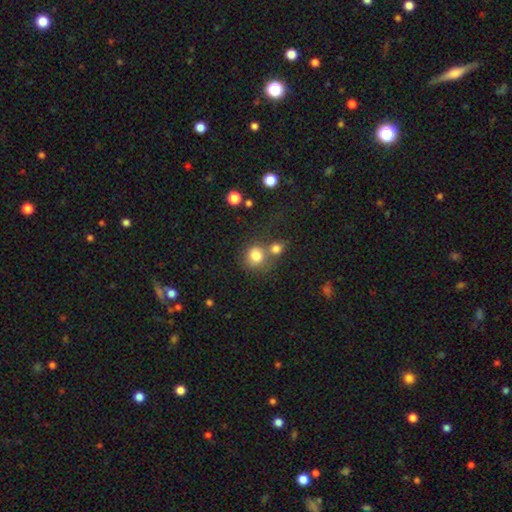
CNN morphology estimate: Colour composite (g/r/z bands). It shows a smooth galaxy with no disk features (80%) that is round (84%). Merging: none (49%).